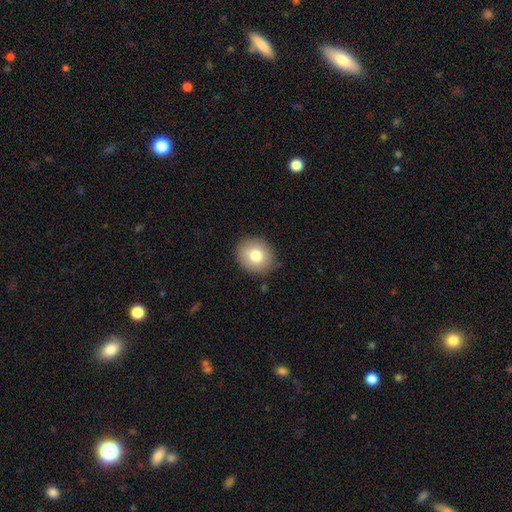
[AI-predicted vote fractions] smooth_or_featured: smooth (p=0.77) [alt: featured or disk p=0.13]
how_rounded: round (p=0.74) [alt: in between p=0.25]
merging: none (p=0.83) [alt: minor disturbance p=0.12]